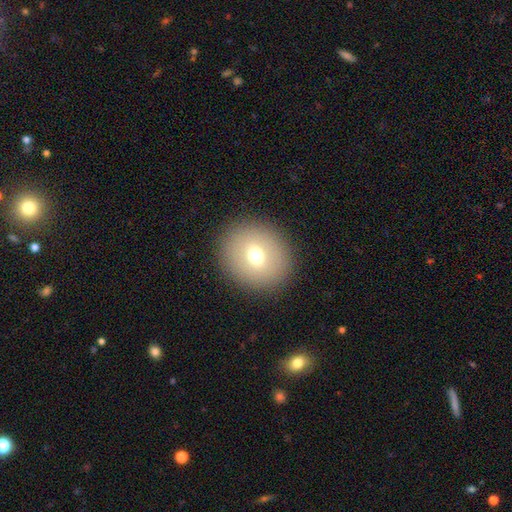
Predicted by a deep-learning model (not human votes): Morphology: type=smooth (67%); roundness=round (84%); merging=none (89%).